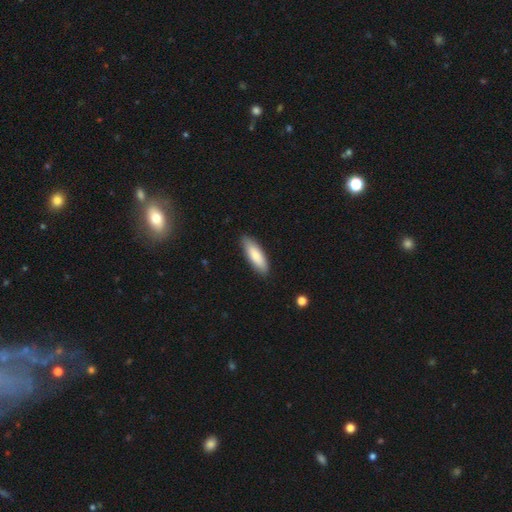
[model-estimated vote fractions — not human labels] Smooth or featured? smooth (83%)
How rounded? in between (53%)
Merging? none (87%)